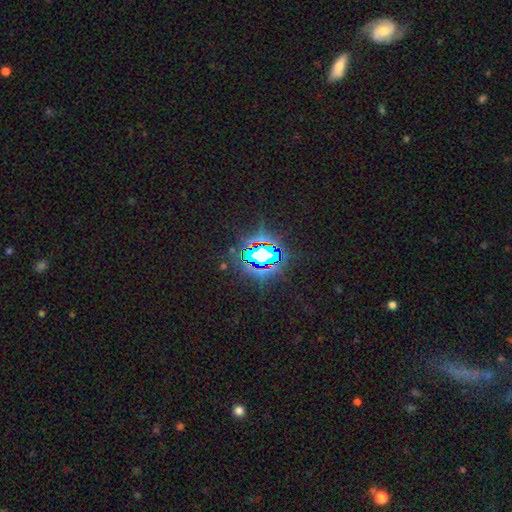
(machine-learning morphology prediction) Smooth or featured?
  - star or artifact: 81% *
  - smooth: 11%
  - featured or disk: 8%